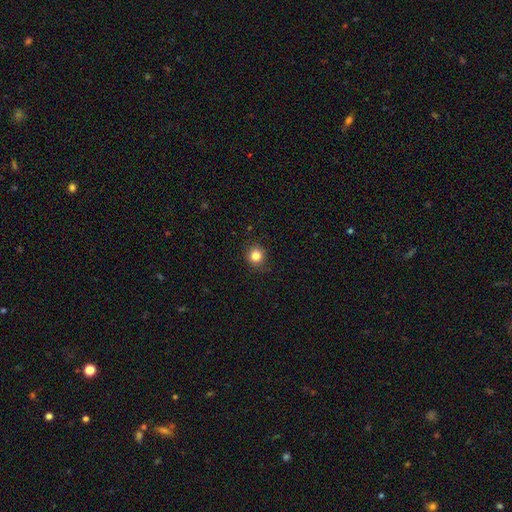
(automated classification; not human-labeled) Overall: smooth (84%). How rounded: round (90%). Merging: none (88%).